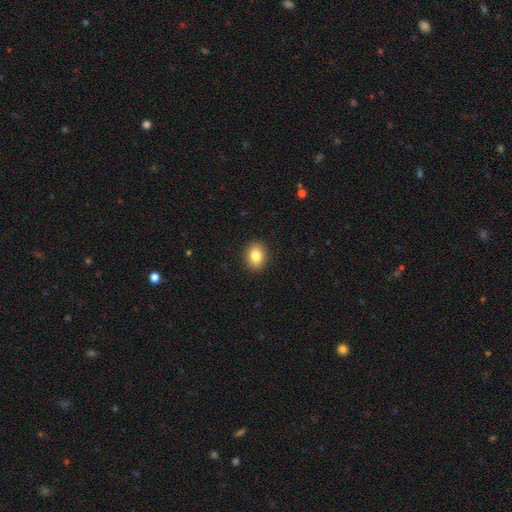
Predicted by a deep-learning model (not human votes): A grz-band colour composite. It shows a smooth galaxy with no disk features (83%) that is in between round and cigar-shaped (58%). Merging: none (91%).